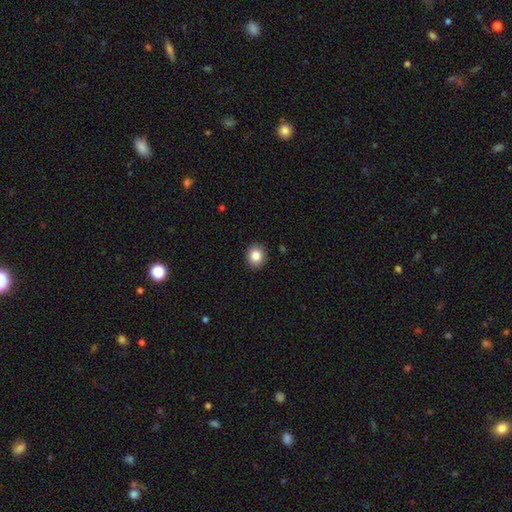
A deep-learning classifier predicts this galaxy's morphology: A smooth galaxy with no disk features (84%) that is round (76%). Merging: none (91%).